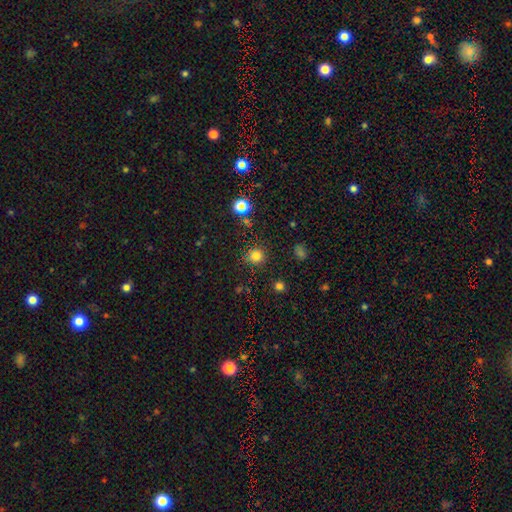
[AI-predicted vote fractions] Smooth or featured?
  - smooth: 77% *
  - star or artifact: 18%
  - featured or disk: 5%
How rounded?
  - round: 91% *
  - in between: 8%
  - cigar-shaped: 1%
Merging?
  - none: 86% *
  - minor disturbance: 9%
  - major disturbance: 3%
  - merger: 2%